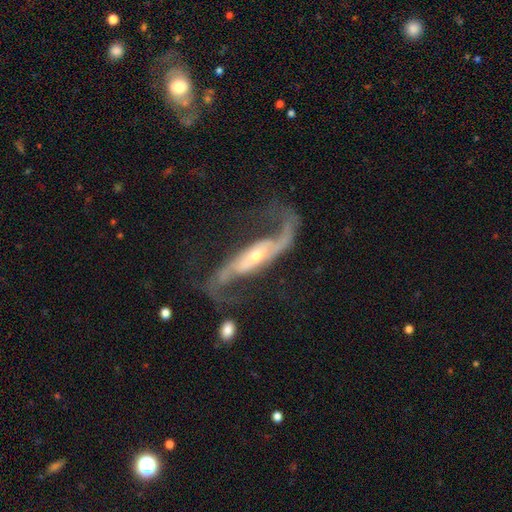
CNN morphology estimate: Q: Smooth or featured?
A: featured or disk (89%); runner-up: star or artifact (5%)
Q: Edge-on disk?
A: no (88%); runner-up: yes (12%)
Q: Bar?
A: strong (45%); runner-up: no (28%)
Q: Spiral arms?
A: yes (96%); runner-up: no (4%)
Q: Spiral winding?
A: loose (69%); runner-up: medium (24%)
Q: Spiral arm count?
A: 2 (91%); runner-up: 1 (3%)
Q: Bulge size?
A: small (57%); runner-up: moderate (37%)
Q: Merging?
A: none (62%); runner-up: major disturbance (18%)